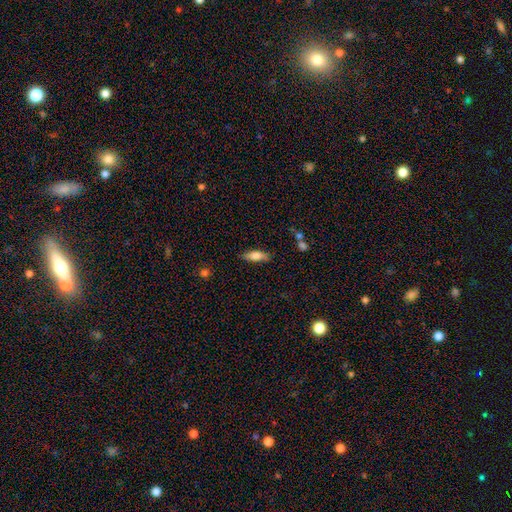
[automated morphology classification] Smooth or featured?
  - smooth: 74% *
  - featured or disk: 19%
  - star or artifact: 7%
How rounded?
  - in between: 62% *
  - cigar-shaped: 36%
  - round: 2%
Merging?
  - none: 82% *
  - minor disturbance: 13%
  - major disturbance: 3%
  - merger: 2%